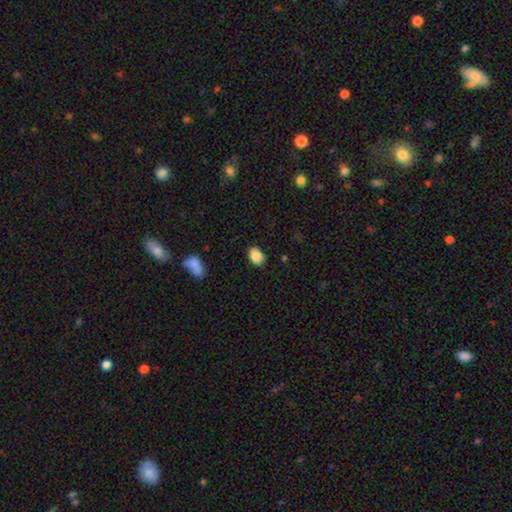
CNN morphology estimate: Overall: smooth (87%). How rounded: in between (82%). Merging: none (85%).